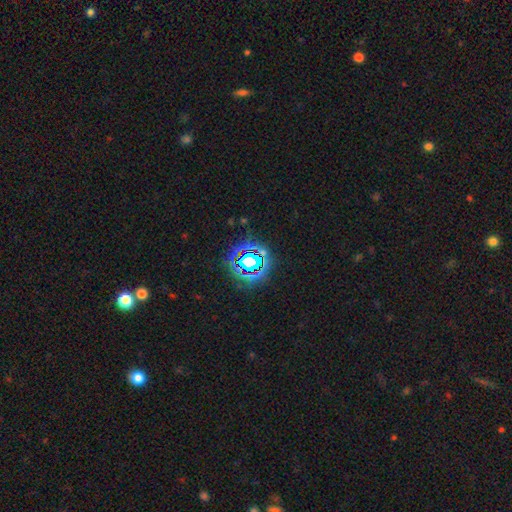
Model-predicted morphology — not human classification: Smooth or featured: star or artifact — 75% (smooth — 15%)